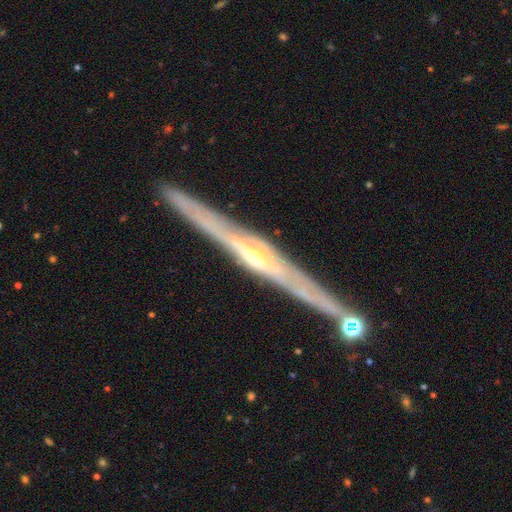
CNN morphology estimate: Smooth or featured? Predicted: featured or disk (p=0.81). Edge-on disk? Predicted: yes (p=0.92). Edge-on bulge? Predicted: rounded (p=0.76). Merging? Predicted: none (p=0.83).